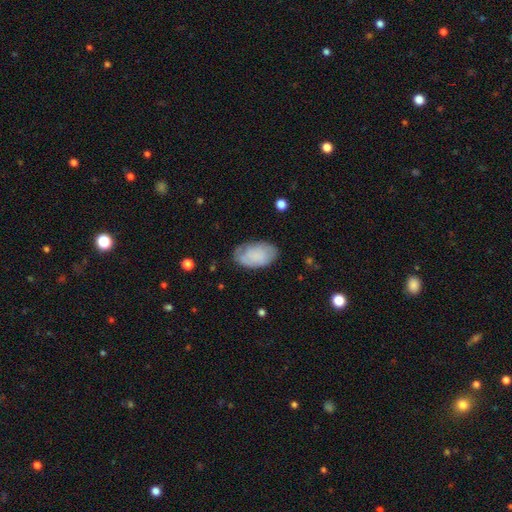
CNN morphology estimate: smooth-or-featured: smooth: 72% | featured or disk: 21% | star or artifact: 7%
  how-rounded: in between: 94% | round: 5% | cigar-shaped: 1%
  merging: none: 67% | minor disturbance: 24% | major disturbance: 7% | merger: 2%